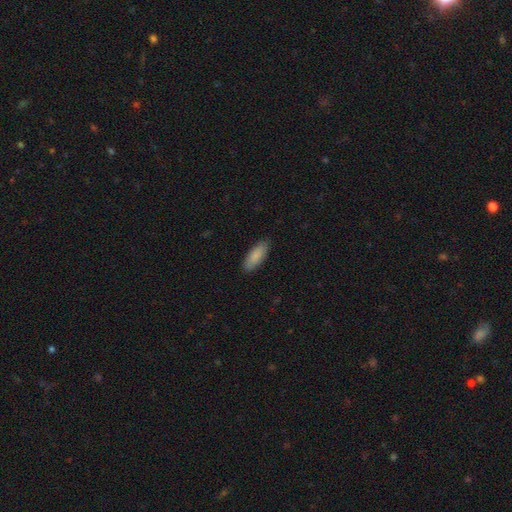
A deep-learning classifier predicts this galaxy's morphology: type=smooth (88%); roundness=in between (74%); merging=none (86%).